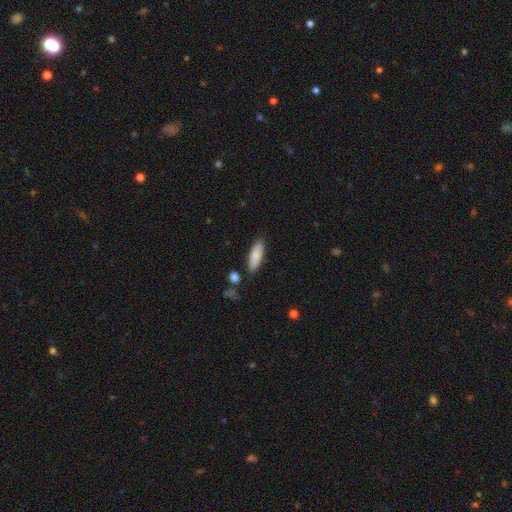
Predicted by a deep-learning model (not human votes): This is clearly a smooth galaxy (84%). How rounded: likely in between (61%). Merging: clearly none (83%).